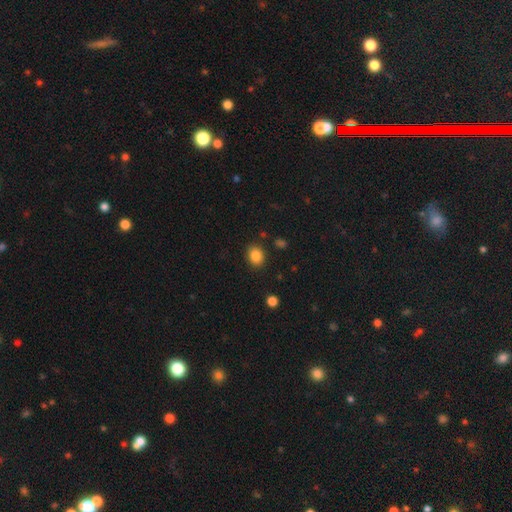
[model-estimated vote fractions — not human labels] Morphology: type=smooth (86%); roundness=in between (50%); merging=none (87%).